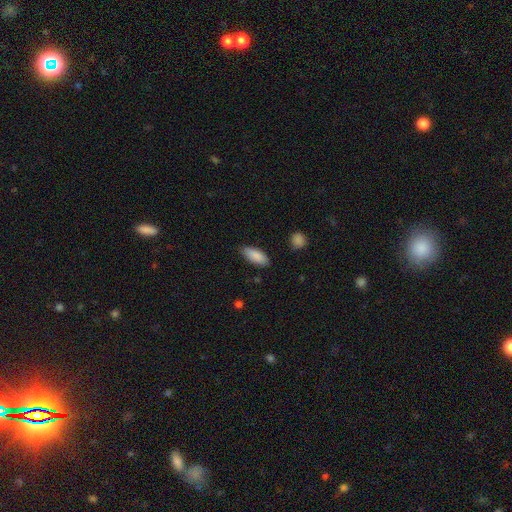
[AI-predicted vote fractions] Smooth or featured? smooth (88%)
How rounded? in between (79%)
Merging? none (83%)